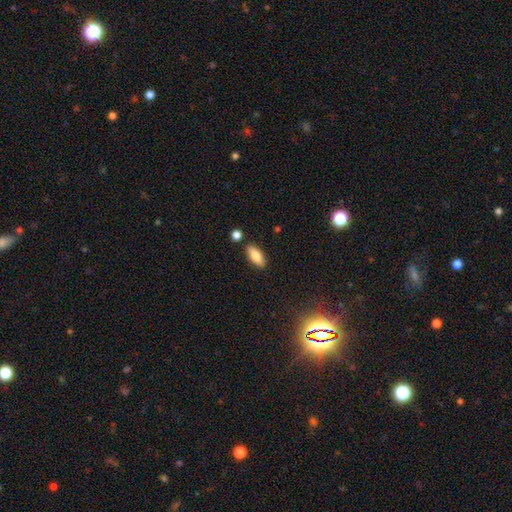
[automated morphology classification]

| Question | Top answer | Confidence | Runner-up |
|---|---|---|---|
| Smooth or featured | smooth | 82% | featured or disk (11%) |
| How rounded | in between | 78% | cigar-shaped (19%) |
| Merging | none | 84% | minor disturbance (10%) |